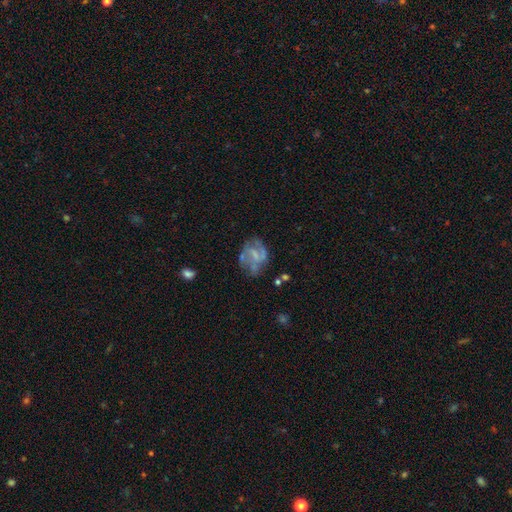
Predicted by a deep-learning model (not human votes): smooth_or_featured: featured or disk (p=0.65) [alt: smooth p=0.25]
disk_edge_on: no (p=0.98) [alt: yes p=0.02]
bar: weak (p=0.44) [alt: no p=0.43]
has_spiral_arms: yes (p=0.64) [alt: no p=0.36]
bulge_size: none (p=0.40) [alt: small p=0.34]
merging: none (p=0.48) [alt: minor disturbance p=0.24]